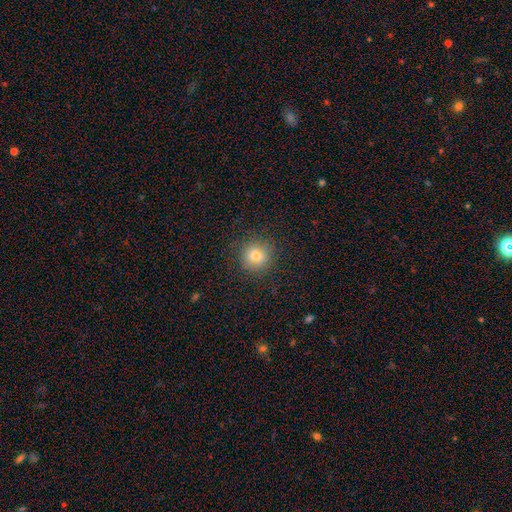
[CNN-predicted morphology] Smooth or featured? smooth (77%)
How rounded? round (93%)
Merging? none (89%)